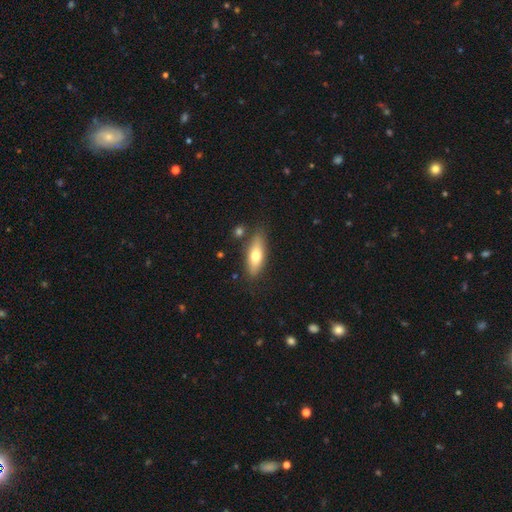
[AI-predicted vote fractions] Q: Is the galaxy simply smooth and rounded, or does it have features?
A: smooth — 64%.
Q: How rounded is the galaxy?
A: in between — 59%.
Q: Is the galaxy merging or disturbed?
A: none — 79%.